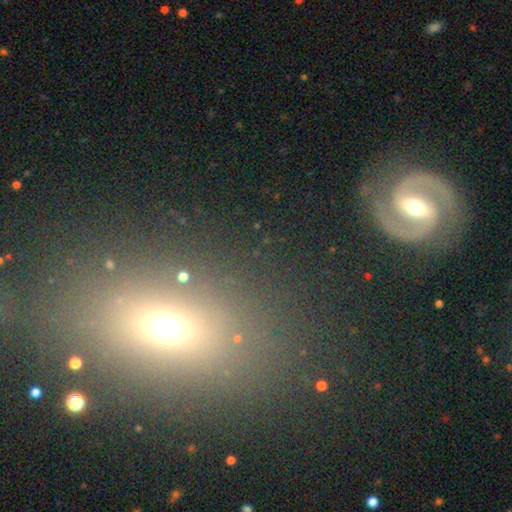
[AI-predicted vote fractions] A featured or disk galaxy (42%).

Vote fractions:
- Smooth or featured? featured or disk: 42% / smooth: 33% / star or artifact: 25%
- Merging? none: 75% / minor disturbance: 12% / major disturbance: 7% / merger: 6%